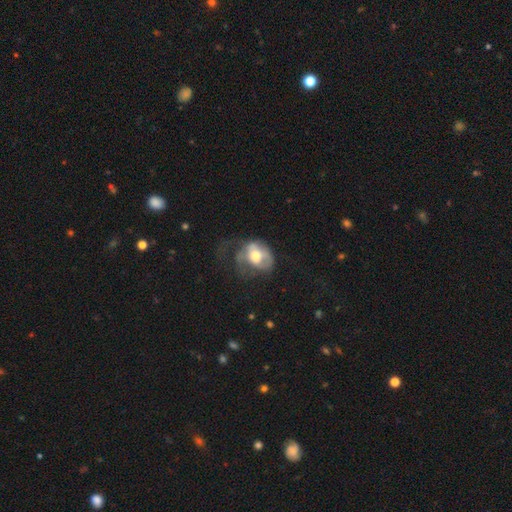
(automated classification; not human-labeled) smooth_or_featured: smooth (p=0.47) [alt: featured or disk p=0.46]
merging: major disturbance (p=0.51) [alt: none p=0.24]